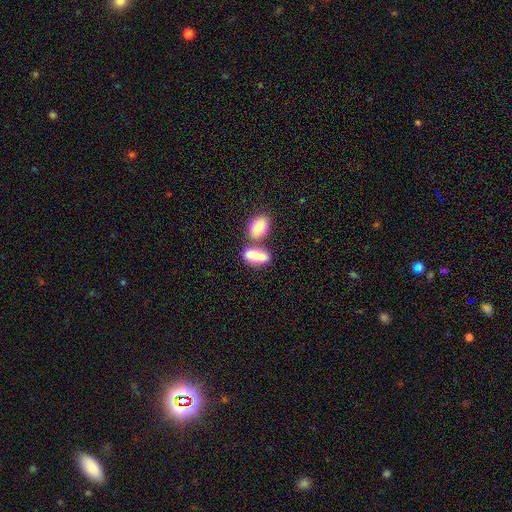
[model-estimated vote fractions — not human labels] This is clearly a smooth galaxy (84%). How rounded: likely in between (78%). Merging: possibly none (50%).